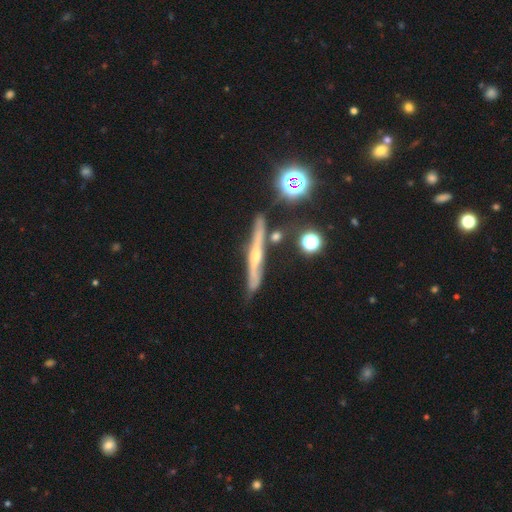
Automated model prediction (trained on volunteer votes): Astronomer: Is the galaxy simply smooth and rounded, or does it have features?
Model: featured or disk — 71%.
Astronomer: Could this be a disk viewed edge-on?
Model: yes — 94%.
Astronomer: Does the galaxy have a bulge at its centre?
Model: rounded — 75%.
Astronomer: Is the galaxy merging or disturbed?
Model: none — 77%.